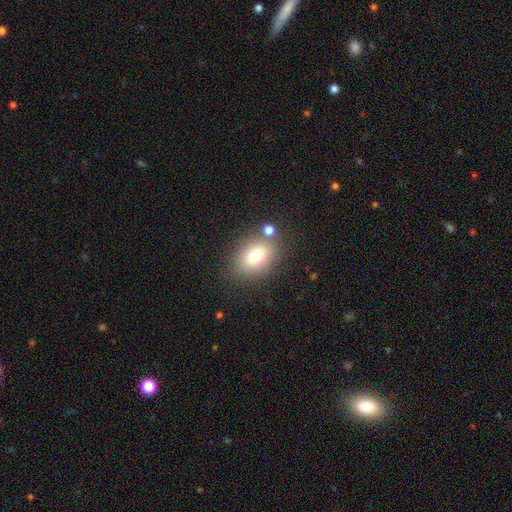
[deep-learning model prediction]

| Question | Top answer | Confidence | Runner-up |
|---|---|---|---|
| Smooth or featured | smooth | 75% | featured or disk (14%) |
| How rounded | in between | 73% | round (25%) |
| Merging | none | 74% | minor disturbance (12%) |